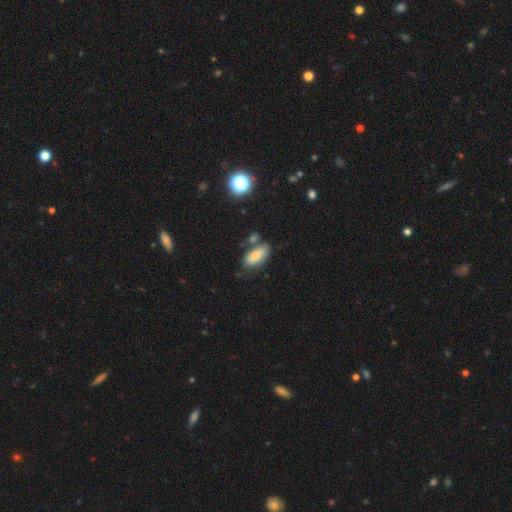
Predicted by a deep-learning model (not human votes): A smooth galaxy with no disk features (79%) that is in between round and cigar-shaped (88%). Merging: none (66%).